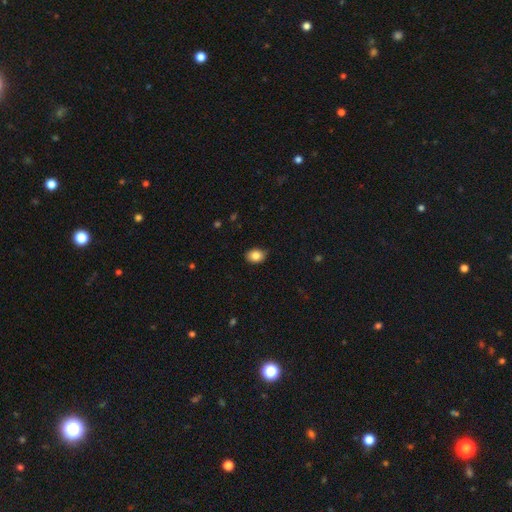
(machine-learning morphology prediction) smooth_or_featured: smooth (p=0.85) [alt: star or artifact p=0.08]
how_rounded: in between (p=0.68) [alt: round p=0.31]
merging: none (p=0.83) [alt: minor disturbance p=0.14]